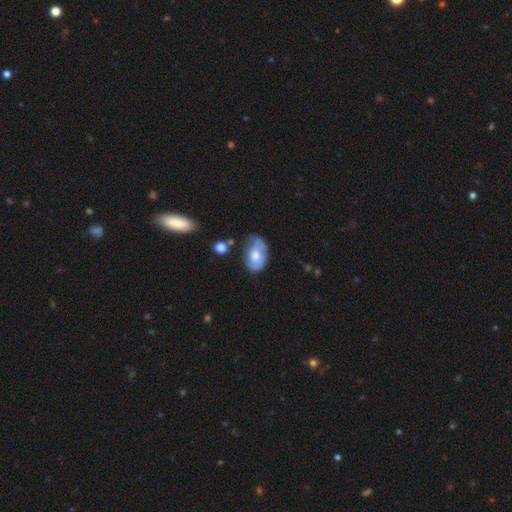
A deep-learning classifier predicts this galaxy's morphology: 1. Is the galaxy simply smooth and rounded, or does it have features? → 56% smooth, 37% featured or disk, 7% star or artifact.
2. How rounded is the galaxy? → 86% in between, 13% round, 1% cigar-shaped.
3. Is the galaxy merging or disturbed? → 44% none, 34% minor disturbance, 15% major disturbance, 7% merger.